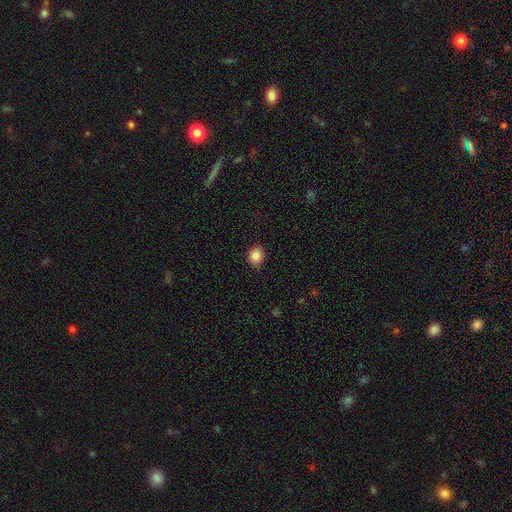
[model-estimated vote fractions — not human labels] This is clearly a smooth galaxy (87%). How rounded: likely round (67%). Merging: clearly none (85%).